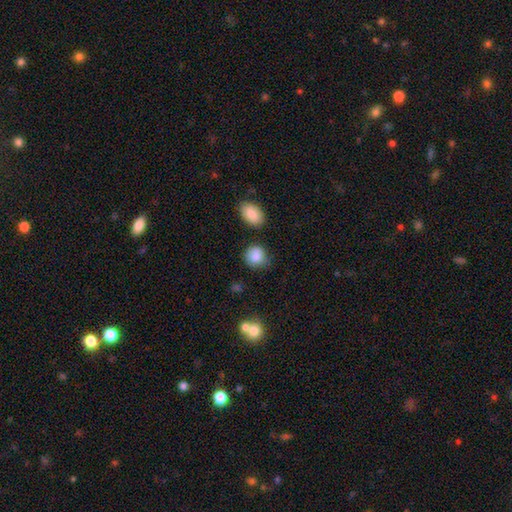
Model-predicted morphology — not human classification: smooth-or-featured: smooth: 86% | star or artifact: 8% | featured or disk: 6%
  how-rounded: round: 77% | in between: 21% | cigar-shaped: 1%
  merging: none: 69% | minor disturbance: 21% | major disturbance: 5% | merger: 5%